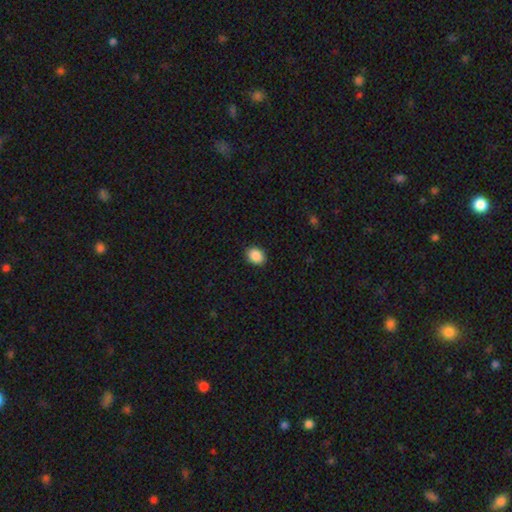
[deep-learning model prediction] Q: Smooth or featured?
A: smooth (88%); runner-up: star or artifact (9%)
Q: How rounded?
A: round (54%); runner-up: in between (45%)
Q: Merging?
A: none (90%); runner-up: minor disturbance (7%)